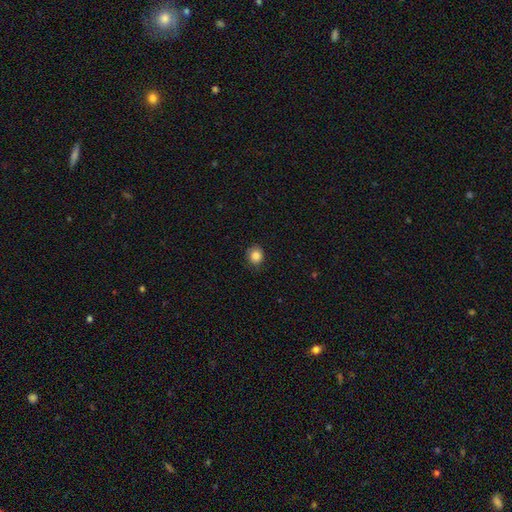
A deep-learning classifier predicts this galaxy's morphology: A smooth galaxy with no disk features (86%) that is round (78%).

Vote fractions:
- Smooth or featured? smooth: 86% / star or artifact: 10% / featured or disk: 4%
- How rounded? round: 78% / in between: 21% / cigar-shaped: 1%
- Merging? none: 81% / minor disturbance: 15% / major disturbance: 3% / merger: 1%